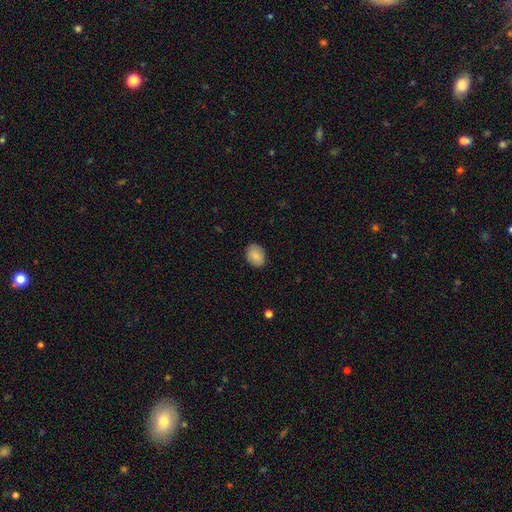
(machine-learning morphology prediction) smooth_or_featured: smooth (p=0.87) [alt: star or artifact p=0.07]
how_rounded: in between (p=0.69) [alt: round p=0.30]
merging: none (p=0.86) [alt: minor disturbance p=0.10]